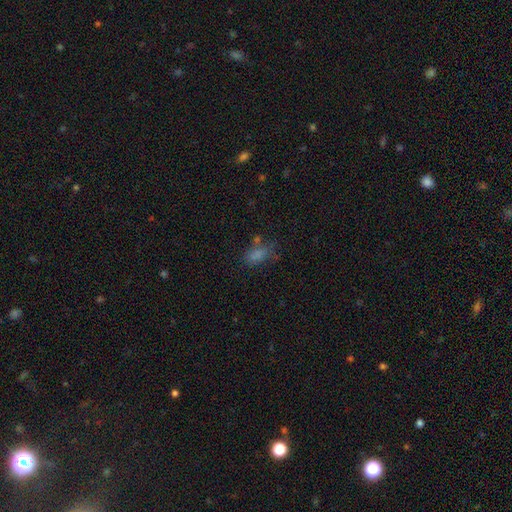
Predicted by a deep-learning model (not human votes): Smooth or featured? smooth (68%)
How rounded? in between (82%)
Merging? none (59%)